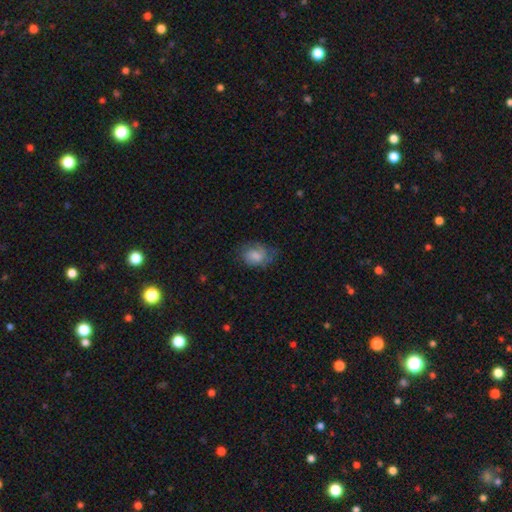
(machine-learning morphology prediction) smooth_or_featured: smooth (p=0.63) [alt: featured or disk p=0.29]
how_rounded: in between (p=0.73) [alt: round p=0.25]
merging: none (p=0.55) [alt: minor disturbance p=0.28]